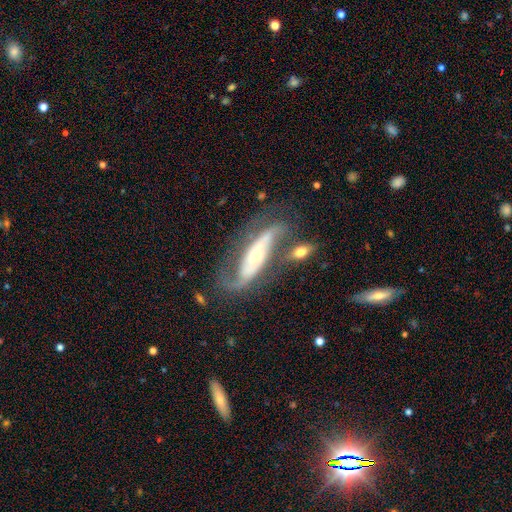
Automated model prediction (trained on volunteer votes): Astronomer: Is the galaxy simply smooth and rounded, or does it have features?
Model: featured or disk — 82%.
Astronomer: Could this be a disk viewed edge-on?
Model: no — 85%.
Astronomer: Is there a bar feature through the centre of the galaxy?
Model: no — 45% (runner-up: strong, 32%).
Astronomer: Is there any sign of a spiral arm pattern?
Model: yes — 92%.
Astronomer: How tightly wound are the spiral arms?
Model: loose — 44% (runner-up: medium, 38%).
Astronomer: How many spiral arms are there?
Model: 2 — 82%.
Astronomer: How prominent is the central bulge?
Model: small — 50% (runner-up: moderate, 43%).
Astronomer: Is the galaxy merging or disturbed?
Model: none — 52%.